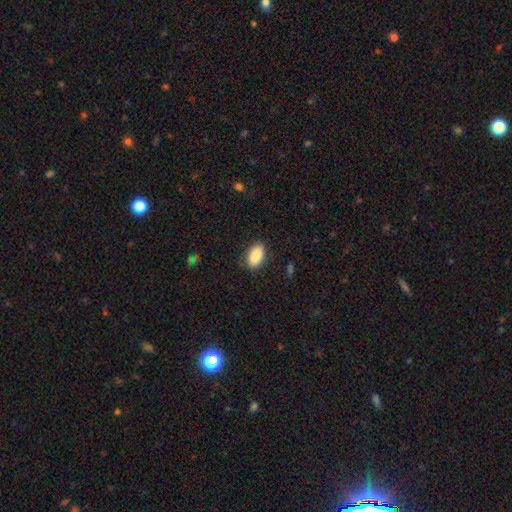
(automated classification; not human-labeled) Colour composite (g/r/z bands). It shows a smooth galaxy with no disk features (89%) that is in between round and cigar-shaped (93%). Merging: none (86%).